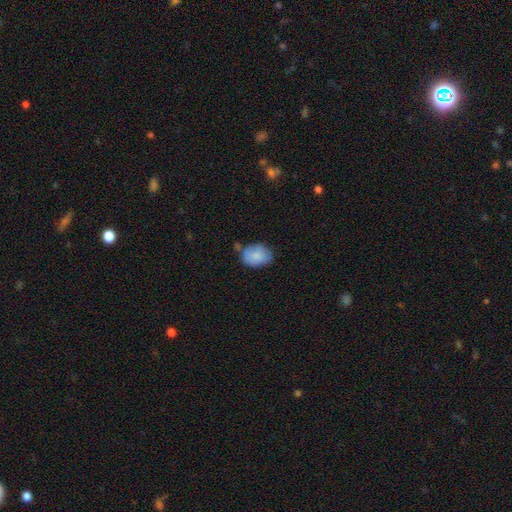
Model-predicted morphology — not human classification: smooth-or-featured: smooth: 82% | featured or disk: 11% | star or artifact: 7%
  how-rounded: in between: 71% | round: 28% | cigar-shaped: 1%
  merging: none: 61% | minor disturbance: 25% | merger: 8% | major disturbance: 6%